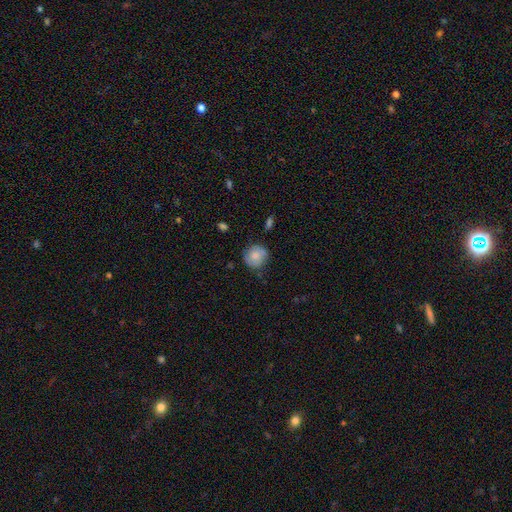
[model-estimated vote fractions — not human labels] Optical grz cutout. It shows a smooth galaxy with no disk features (77%) that is round (89%). Merging: none (76%).